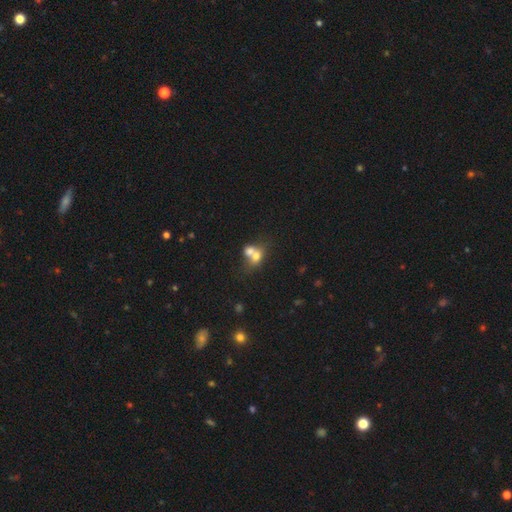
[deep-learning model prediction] smooth_or_featured: smooth (p=0.66) [alt: featured or disk p=0.22]
how_rounded: round (p=0.51) [alt: in between p=0.48]
merging: merger (p=0.69) [alt: none p=0.20]